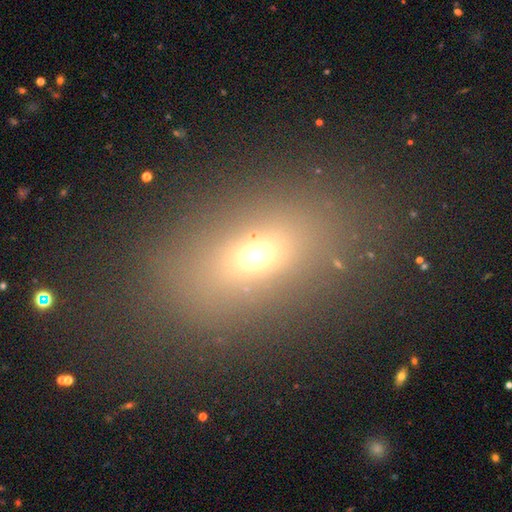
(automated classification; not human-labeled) Morphology: type=smooth (63%); roundness=in between (71%); merging=none (76%).